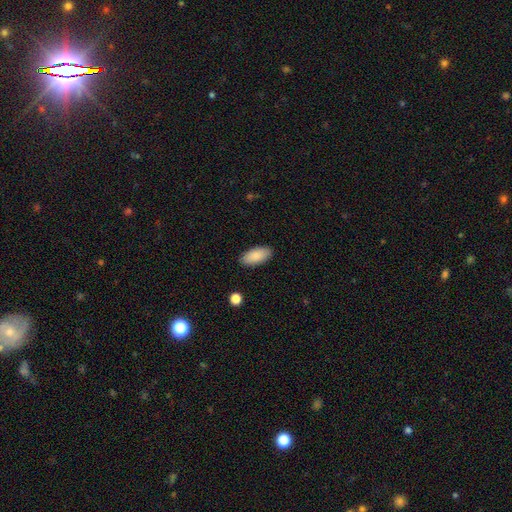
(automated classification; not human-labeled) Q: Smooth or featured?
A: smooth (88%); runner-up: star or artifact (6%)
Q: How rounded?
A: in between (91%); runner-up: cigar-shaped (7%)
Q: Merging?
A: none (89%); runner-up: minor disturbance (8%)